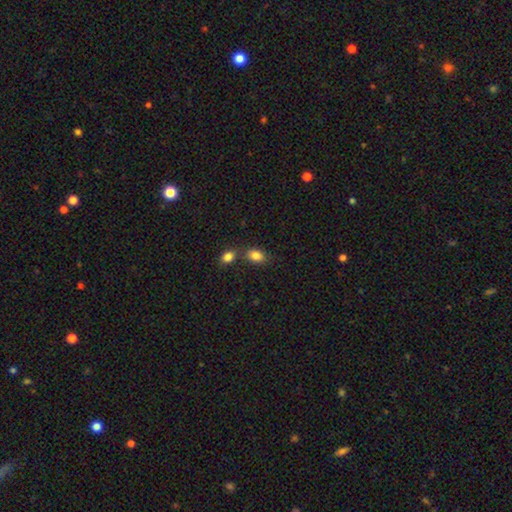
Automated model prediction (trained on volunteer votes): Q: Smooth or featured?
A: smooth (85%); runner-up: star or artifact (9%)
Q: How rounded?
A: in between (84%); runner-up: round (14%)
Q: Merging?
A: none (58%); runner-up: merger (26%)